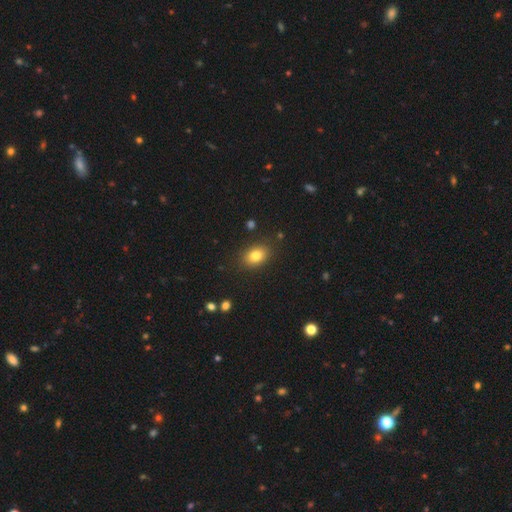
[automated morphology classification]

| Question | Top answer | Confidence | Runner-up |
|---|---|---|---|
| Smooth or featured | smooth | 81% | star or artifact (10%) |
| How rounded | in between | 72% | round (26%) |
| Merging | none | 86% | minor disturbance (10%) |